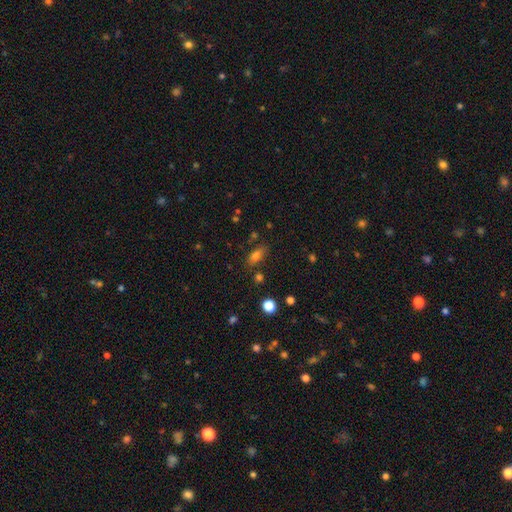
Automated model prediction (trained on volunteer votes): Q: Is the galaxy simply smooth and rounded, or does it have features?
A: smooth — 75%.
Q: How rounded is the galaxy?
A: in between — 77%.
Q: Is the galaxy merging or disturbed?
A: none — 77%.